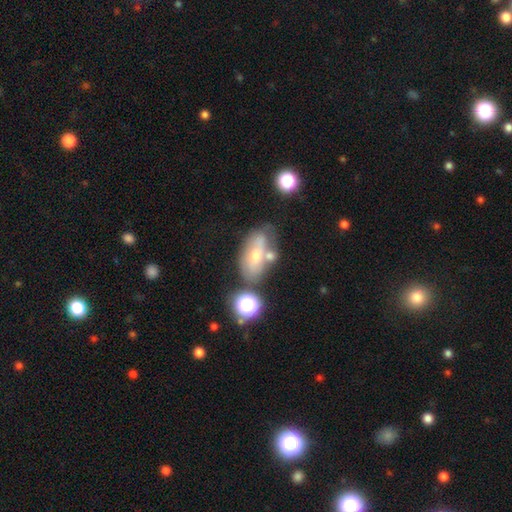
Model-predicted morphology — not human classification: The model was most divided on "smooth or featured" (2-way tie): featured or disk: 44%, smooth: 44%, star or artifact: 12%. Remaining: merging — none (44%).